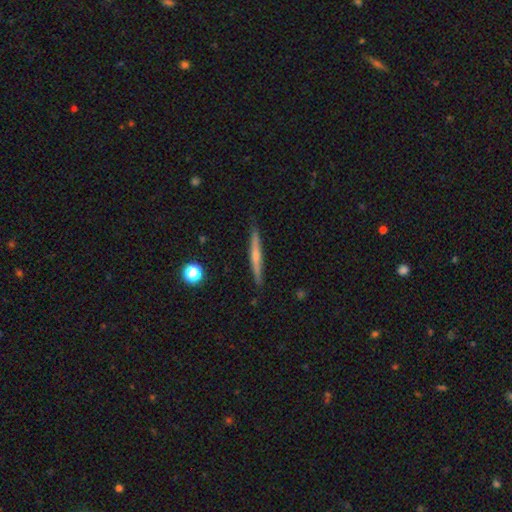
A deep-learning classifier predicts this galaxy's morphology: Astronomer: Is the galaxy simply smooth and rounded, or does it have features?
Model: featured or disk — 55% (runner-up: smooth, 38%).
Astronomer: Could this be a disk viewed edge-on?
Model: yes — 97%.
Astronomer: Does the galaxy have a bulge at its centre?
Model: rounded — 55% (runner-up: none, 39%).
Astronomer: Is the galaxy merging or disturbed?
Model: none — 89%.